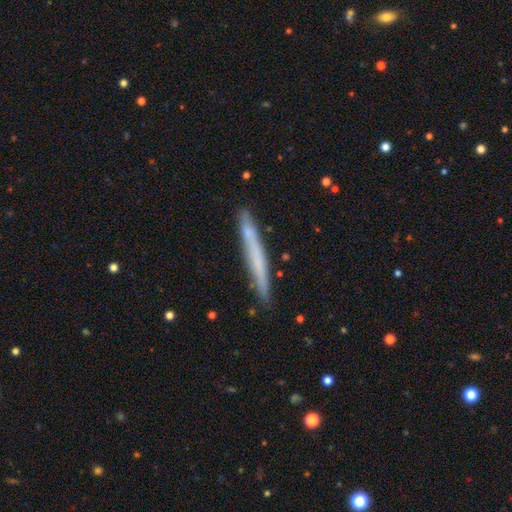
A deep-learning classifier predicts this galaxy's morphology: Smooth or featured?
  - smooth: 51% *
  - featured or disk: 42%
  - star or artifact: 7%
How rounded?
  - cigar-shaped: 97% *
  - in between: 2%
  - round: 1%
Merging?
  - none: 85% *
  - minor disturbance: 11%
  - major disturbance: 2%
  - merger: 2%